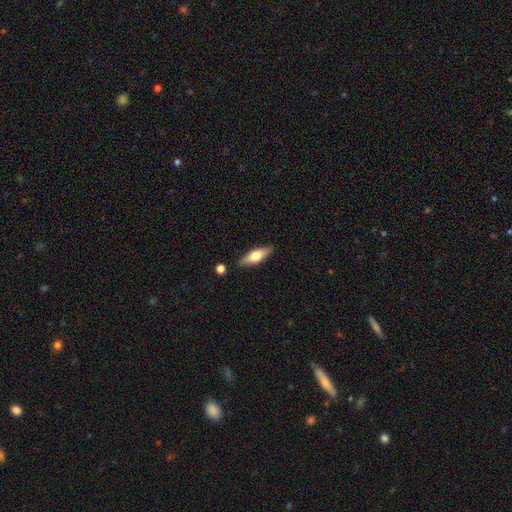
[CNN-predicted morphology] smooth_or_featured: smooth (p=0.54) [alt: featured or disk p=0.40]
how_rounded: in between (p=0.58) [alt: cigar-shaped p=0.39]
merging: none (p=0.84) [alt: minor disturbance p=0.11]